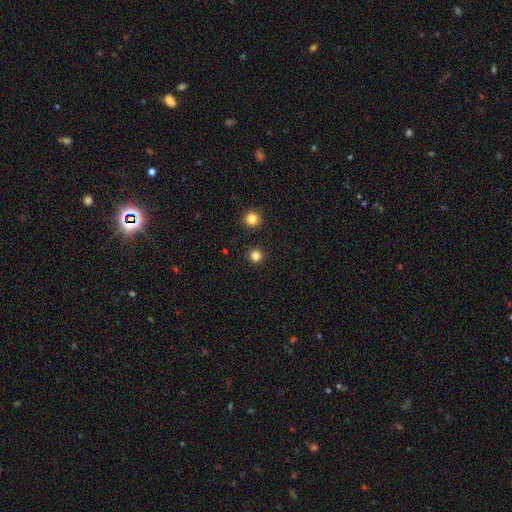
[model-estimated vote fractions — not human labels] The model was most divided on "smooth or featured": smooth: 82%, star or artifact: 14%, featured or disk: 4%. More confident: how rounded — round (95%); merging — none (92%).